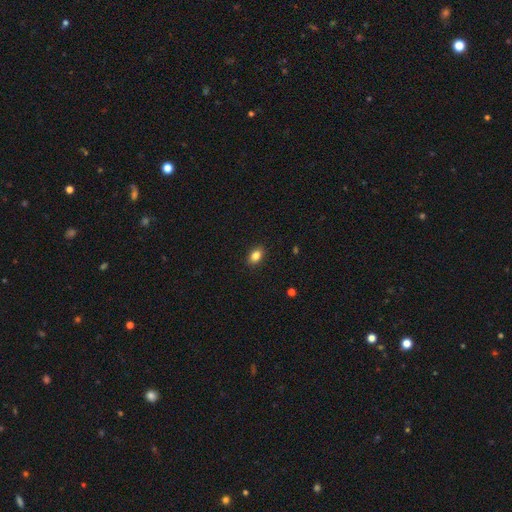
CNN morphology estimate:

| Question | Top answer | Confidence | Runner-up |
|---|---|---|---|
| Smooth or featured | smooth | 84% | star or artifact (10%) |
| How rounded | in between | 81% | round (17%) |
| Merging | none | 89% | minor disturbance (8%) |